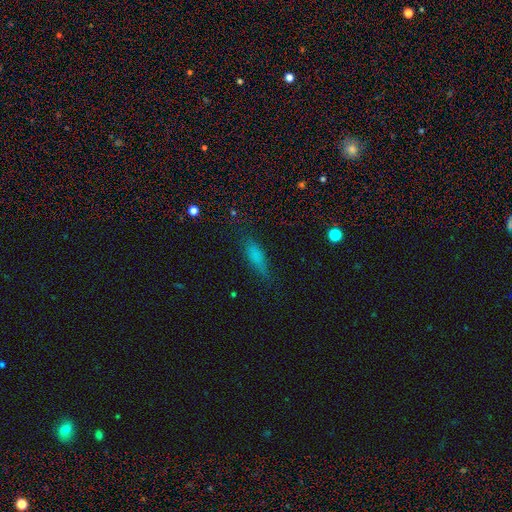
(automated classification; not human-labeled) smooth 72%, featured or disk 16%, star or artifact 12%. Down the decision tree: how rounded — cigar-shaped (56%); merging — none (74%).